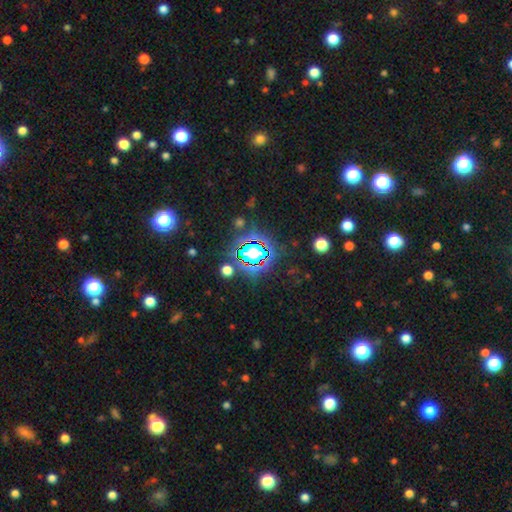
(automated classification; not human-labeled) Morphology: type=star or artifact (76%).